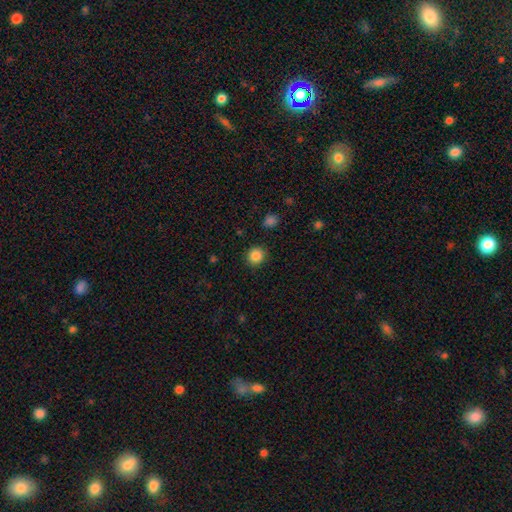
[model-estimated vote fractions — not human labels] This appears to be a smooth galaxy with no disk features (86%) that is round (91%). Merging: none (90%).